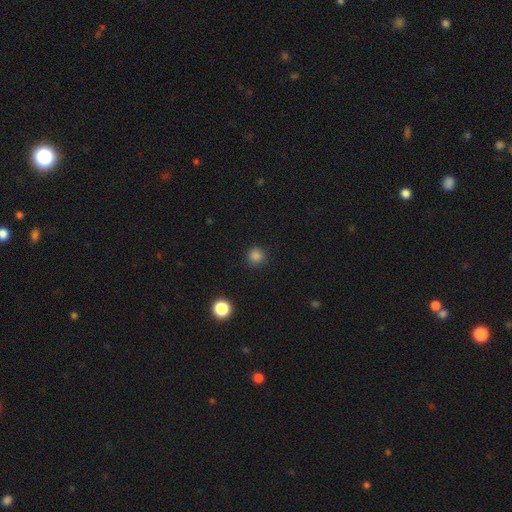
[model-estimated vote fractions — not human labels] Smooth or featured: smooth — 83% (star or artifact — 14%)
How rounded: round — 94% (in between — 5%)
Merging: none — 89% (minor disturbance — 8%)